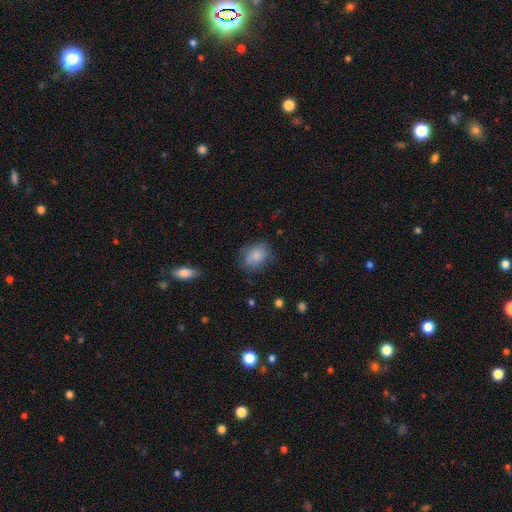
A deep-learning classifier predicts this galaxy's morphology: Smooth or featured: smooth — 84% (featured or disk — 8%)
How rounded: in between — 57% (round — 42%)
Merging: none — 73% (minor disturbance — 20%)